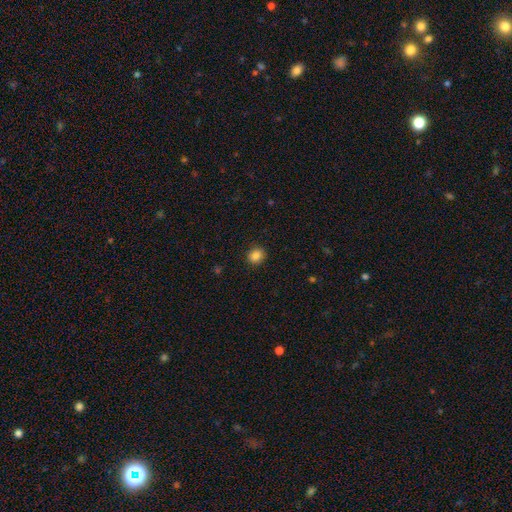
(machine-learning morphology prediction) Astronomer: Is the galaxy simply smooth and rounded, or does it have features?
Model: smooth — 86%.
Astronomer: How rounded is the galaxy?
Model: round — 72%.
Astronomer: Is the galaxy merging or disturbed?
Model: none — 90%.